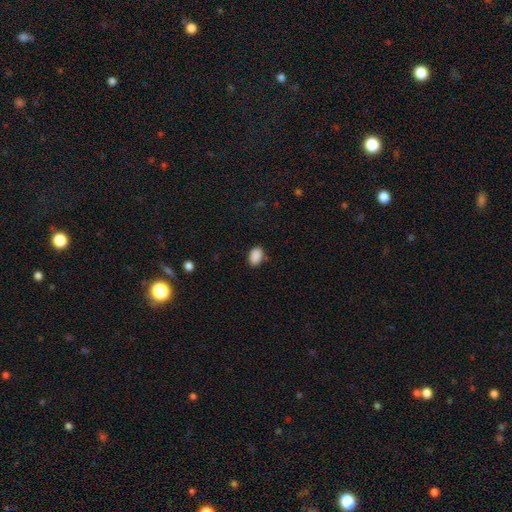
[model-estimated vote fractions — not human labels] This appears to be a smooth galaxy with no disk features (89%) that is in between round and cigar-shaped (87%). Merging: none (82%).